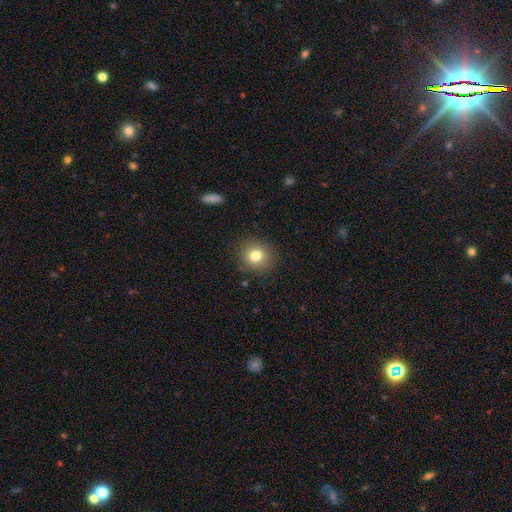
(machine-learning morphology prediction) Smooth or featured? smooth (79%)
How rounded? round (81%)
Merging? none (88%)